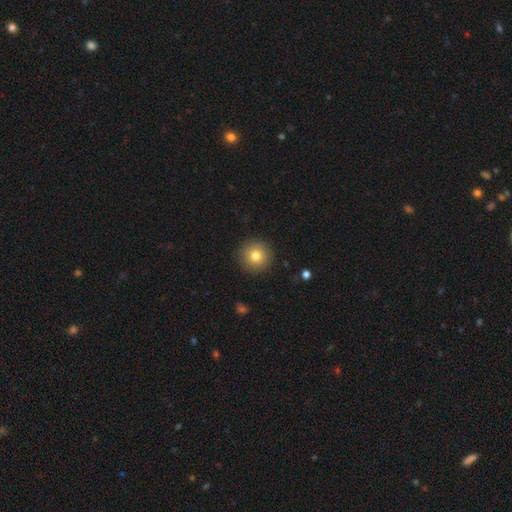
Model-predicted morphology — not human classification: Smooth or featured: smooth — 79% (star or artifact — 11%)
How rounded: round — 96% (in between — 3%)
Merging: none — 92% (minor disturbance — 5%)